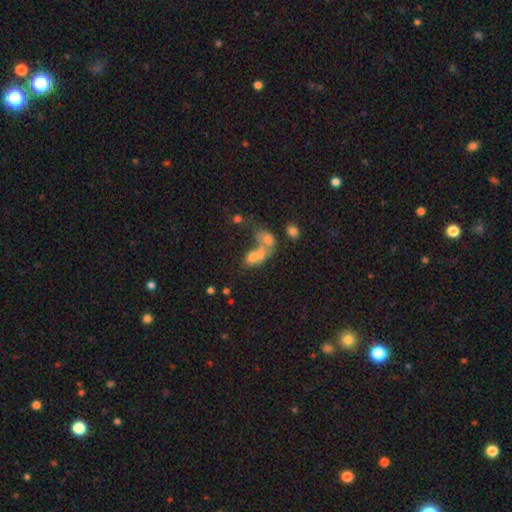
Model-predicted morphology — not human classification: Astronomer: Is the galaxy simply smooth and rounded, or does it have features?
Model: smooth — 57%.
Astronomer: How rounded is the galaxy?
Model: in between — 74%.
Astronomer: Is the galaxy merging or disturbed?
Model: merger — 65%.